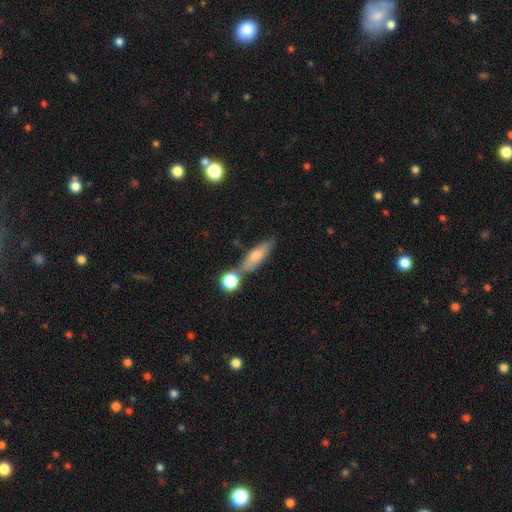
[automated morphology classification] The model was most divided on "how rounded": cigar-shaped: 51%, in between: 44%, round: 5%. More confident: smooth or featured — smooth (62%); merging — none (60%).